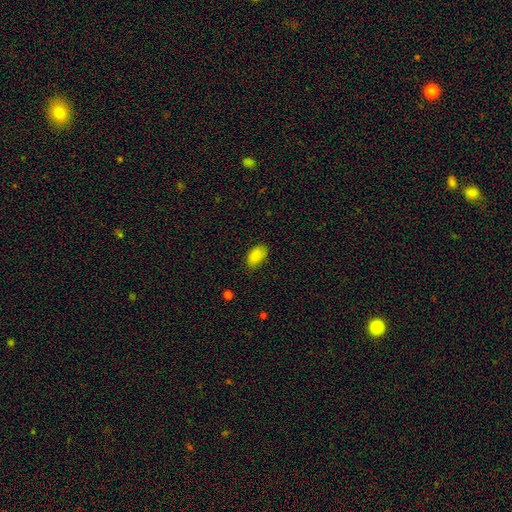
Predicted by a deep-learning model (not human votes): smooth 86%, star or artifact 8%, featured or disk 6%. Down the decision tree: how rounded — in between (93%); merging — none (76%).